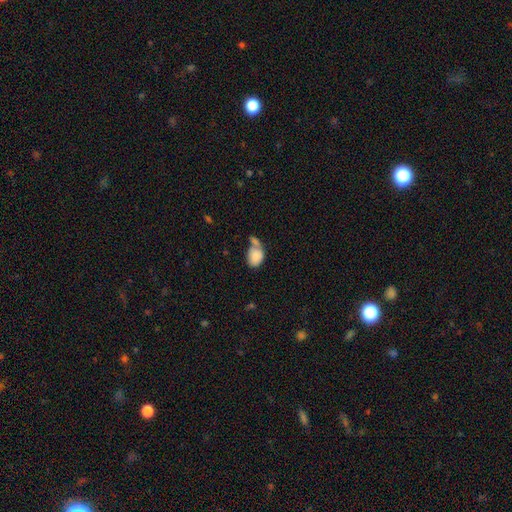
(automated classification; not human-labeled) Smooth or featured? smooth (83%)
How rounded? in between (73%)
Merging? merger (44%)